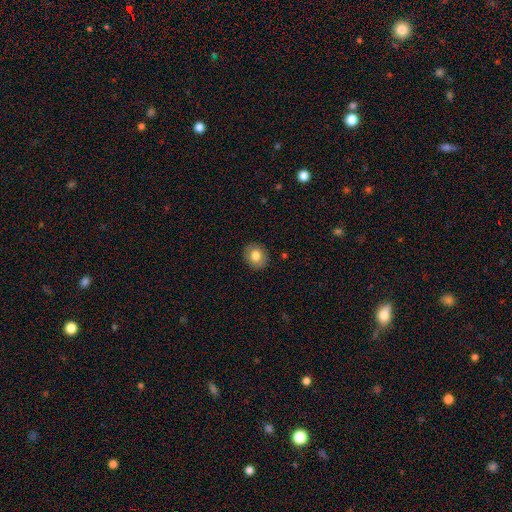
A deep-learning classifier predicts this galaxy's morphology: This is likely a smooth galaxy (80%). How rounded: likely round (68%). Merging: clearly none (89%).